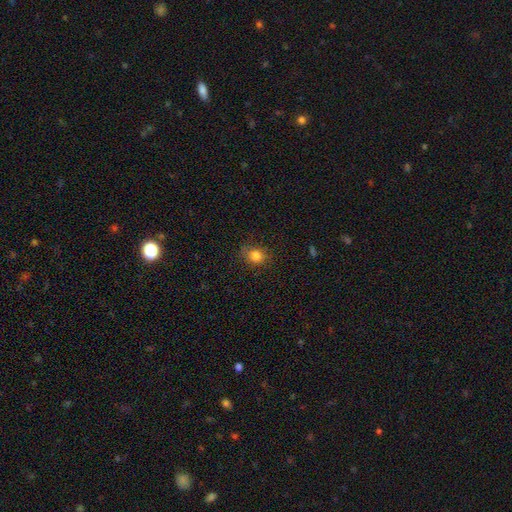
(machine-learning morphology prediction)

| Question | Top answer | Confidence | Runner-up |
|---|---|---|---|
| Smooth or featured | smooth | 82% | star or artifact (12%) |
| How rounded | round | 58% | in between (41%) |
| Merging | none | 79% | minor disturbance (16%) |